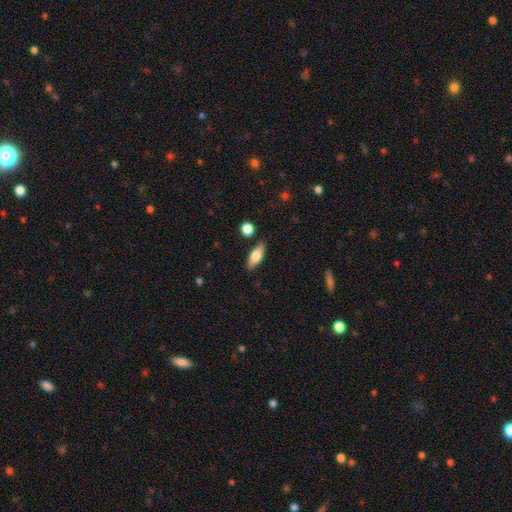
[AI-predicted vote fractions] Q: Smooth or featured?
A: smooth (75%); runner-up: featured or disk (19%)
Q: How rounded?
A: in between (74%); runner-up: cigar-shaped (23%)
Q: Merging?
A: none (84%); runner-up: minor disturbance (11%)